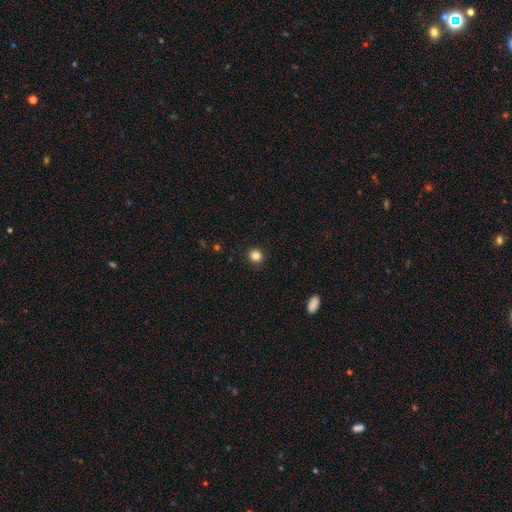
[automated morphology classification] Smooth or featured? Predicted: smooth (p=0.85). How rounded? Predicted: round (p=0.91). Merging? Predicted: none (p=0.91).